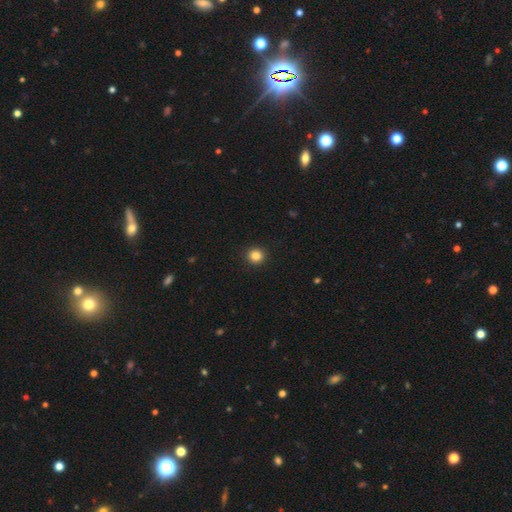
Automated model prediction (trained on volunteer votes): Smooth or featured?
  - smooth: 85% *
  - star or artifact: 11%
  - featured or disk: 4%
How rounded?
  - round: 94% *
  - in between: 6%
  - cigar-shaped: 1%
Merging?
  - none: 93% *
  - minor disturbance: 5%
  - major disturbance: 2%
  - merger: 1%